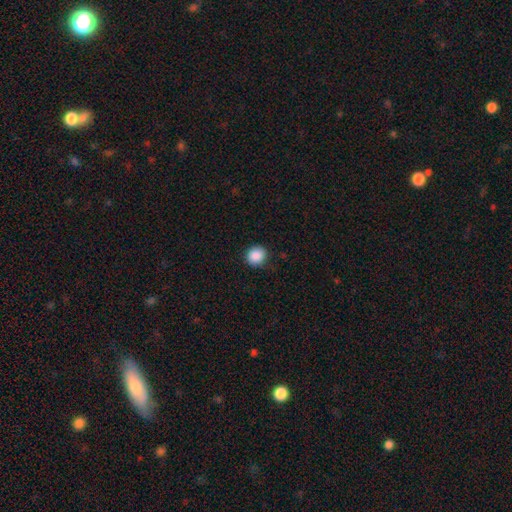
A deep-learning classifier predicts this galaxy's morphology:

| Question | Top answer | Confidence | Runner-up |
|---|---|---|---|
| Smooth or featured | smooth | 88% | star or artifact (9%) |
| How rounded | round | 86% | in between (13%) |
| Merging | none | 86% | minor disturbance (11%) |